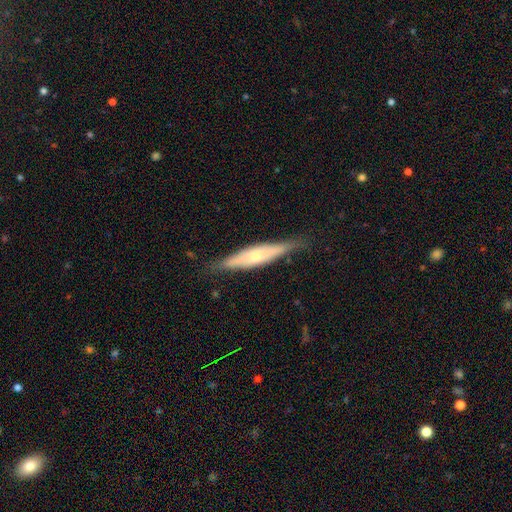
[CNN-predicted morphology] Overall: featured or disk (57%; smooth 37%). Edge-on disk: yes (86%). Merging: none (79%).